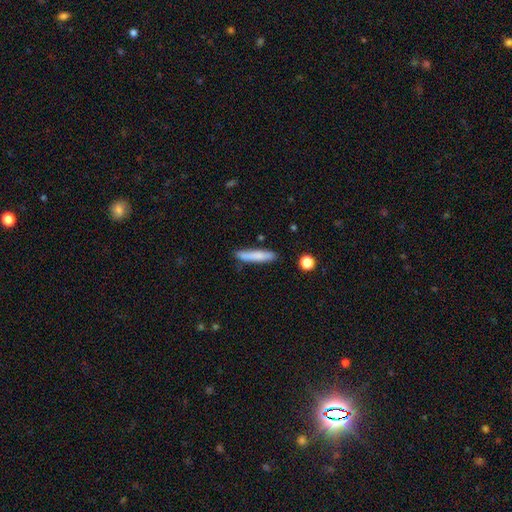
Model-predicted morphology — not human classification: type=smooth (77%); roundness=cigar-shaped (90%); merging=none (82%).